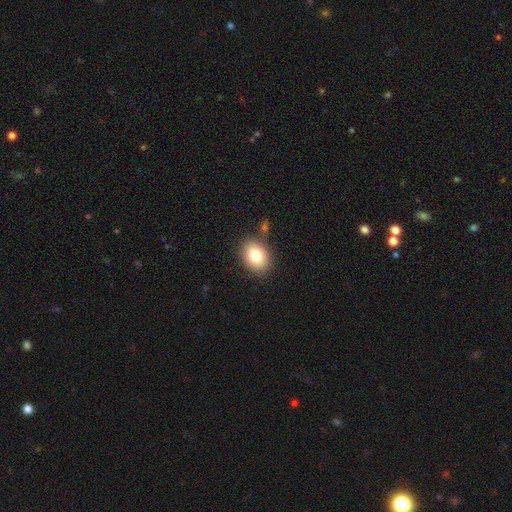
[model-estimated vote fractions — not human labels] smooth-or-featured: smooth: 82% | featured or disk: 10% | star or artifact: 8%
  how-rounded: in between: 74% | round: 25% | cigar-shaped: 1%
  merging: none: 79% | minor disturbance: 11% | merger: 6% | major disturbance: 3%